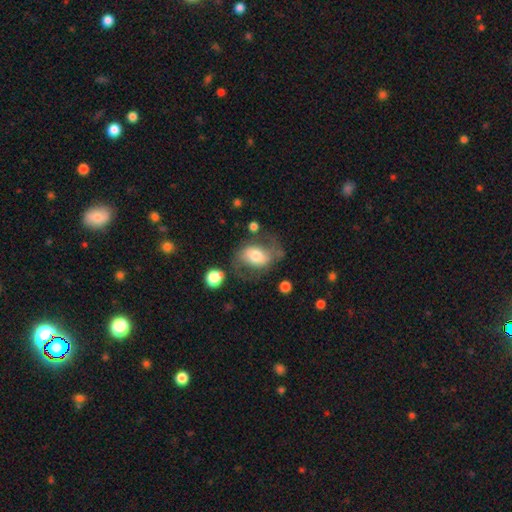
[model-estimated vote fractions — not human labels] Overall: smooth (47%; featured or disk 45%). Merging: none (52%; minor disturbance 23%).